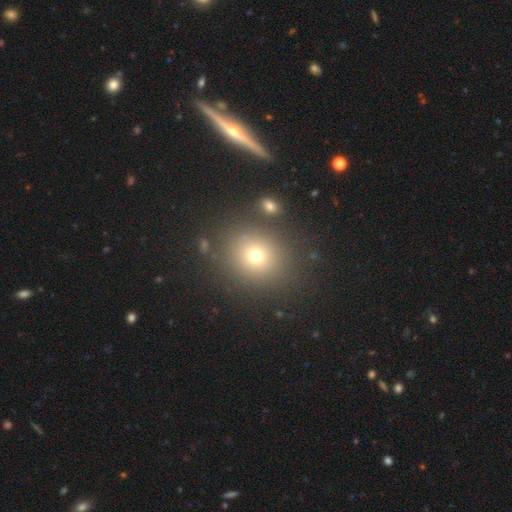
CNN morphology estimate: smooth 69%, star or artifact 20%, featured or disk 11%. Down the decision tree: how rounded — round (84%); merging — none (84%).